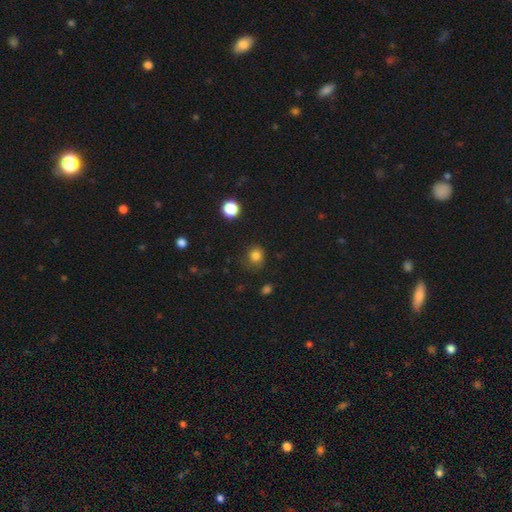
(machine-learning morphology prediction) Smooth or featured? Predicted: smooth (p=0.82). How rounded? Predicted: round (p=0.79). Merging? Predicted: none (p=0.72).